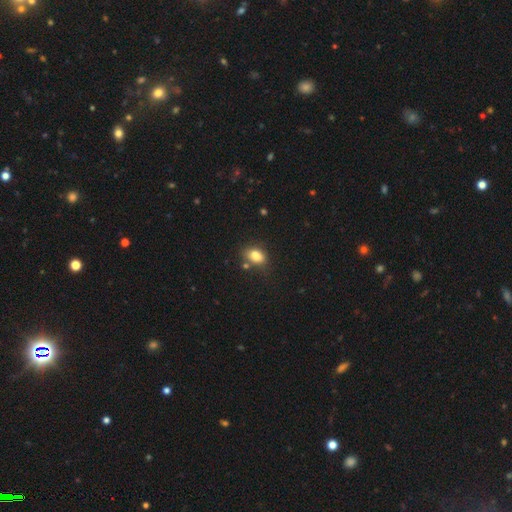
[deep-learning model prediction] Smooth or featured? Predicted: smooth (p=0.84). How rounded? Predicted: in between (p=0.81). Merging? Predicted: none (p=0.71).